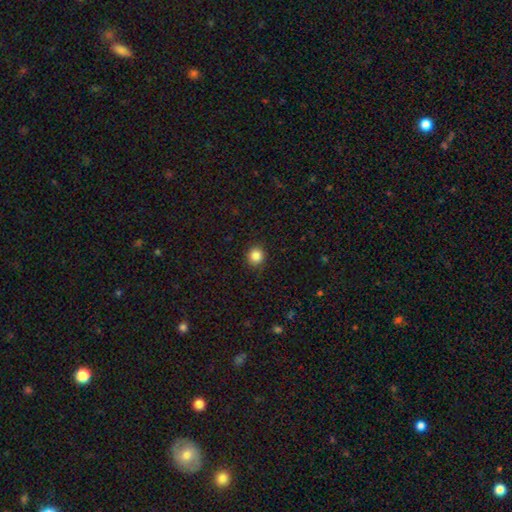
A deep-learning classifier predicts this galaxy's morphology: This appears to be a smooth galaxy with no disk features (86%) that is round (90%). Merging: none (89%).